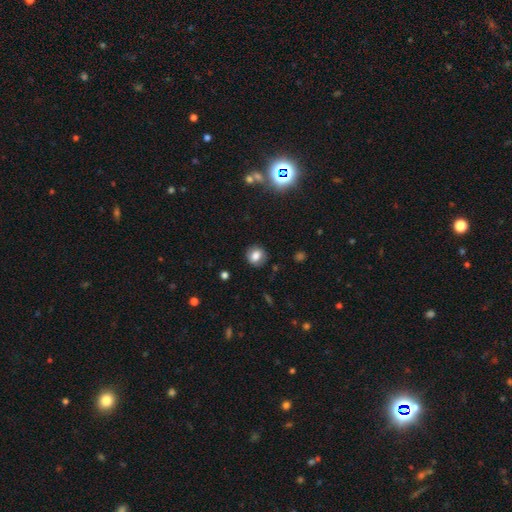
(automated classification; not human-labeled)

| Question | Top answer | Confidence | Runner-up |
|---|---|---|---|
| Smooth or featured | smooth | 75% | featured or disk (14%) |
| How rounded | round | 78% | in between (21%) |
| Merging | none | 85% | minor disturbance (11%) |